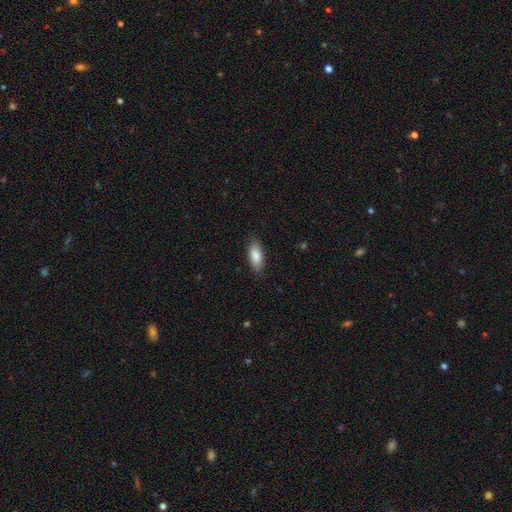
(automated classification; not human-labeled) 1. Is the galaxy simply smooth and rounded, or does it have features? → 86% smooth, 8% featured or disk, 6% star or artifact.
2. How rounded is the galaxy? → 80% in between, 18% cigar-shaped, 2% round.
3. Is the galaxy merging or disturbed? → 85% none, 11% minor disturbance, 2% major disturbance, 1% merger.